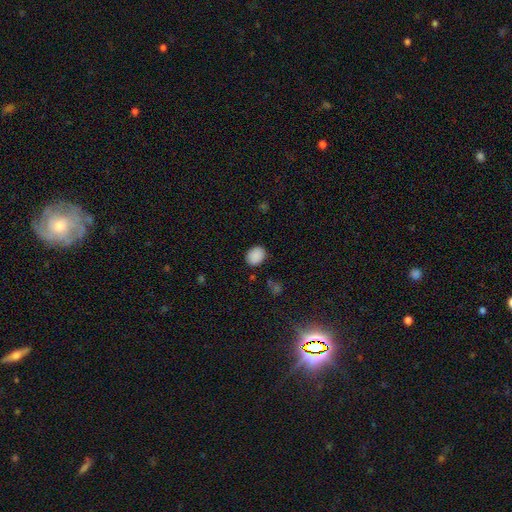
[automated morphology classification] The model was most divided on "how rounded": in between: 54%, round: 46%, cigar-shaped: 1%. More confident: smooth or featured — smooth (88%); merging — none (85%).